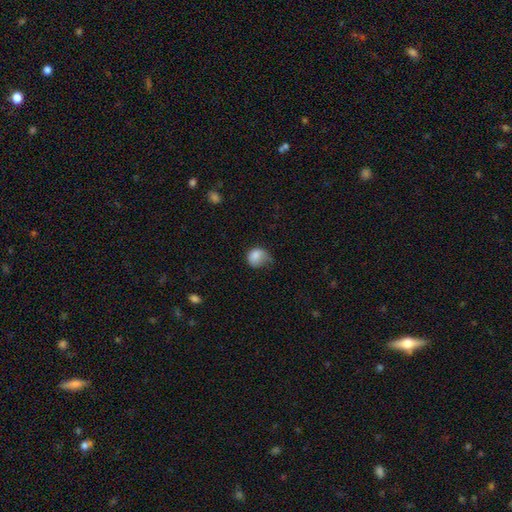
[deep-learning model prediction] The model was most divided on "merging": minor disturbance: 39%, none: 34%, major disturbance: 25%, merger: 2%. More confident: smooth or featured — smooth (81%); how rounded — round (62%).